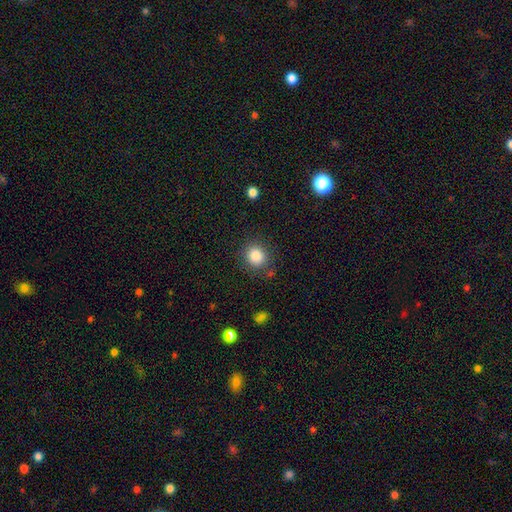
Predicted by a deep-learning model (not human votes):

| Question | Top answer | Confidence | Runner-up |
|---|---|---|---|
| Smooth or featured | smooth | 85% | star or artifact (10%) |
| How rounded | round | 84% | in between (15%) |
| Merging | none | 84% | minor disturbance (10%) |